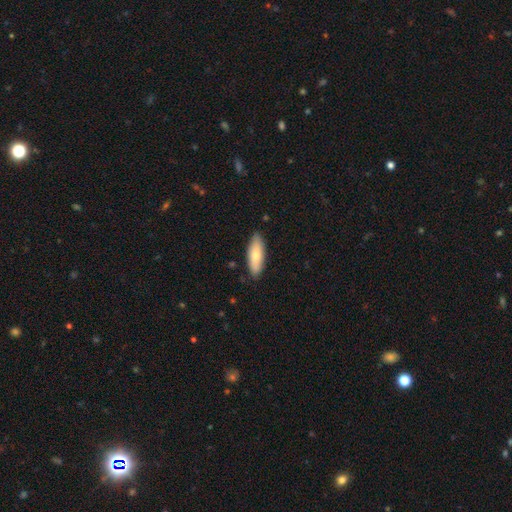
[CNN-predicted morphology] Q: Smooth or featured?
A: smooth (74%); runner-up: featured or disk (21%)
Q: How rounded?
A: in between (66%); runner-up: cigar-shaped (32%)
Q: Merging?
A: none (85%); runner-up: minor disturbance (12%)